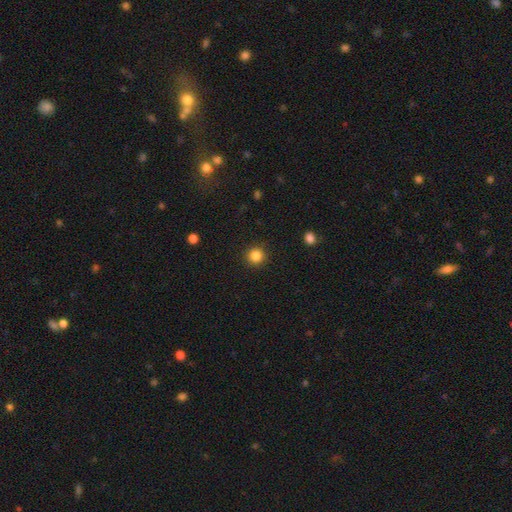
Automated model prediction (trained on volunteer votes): Smooth or featured?
  - smooth: 84% *
  - star or artifact: 11%
  - featured or disk: 4%
How rounded?
  - round: 95% *
  - in between: 4%
  - cigar-shaped: 1%
Merging?
  - none: 92% *
  - minor disturbance: 5%
  - major disturbance: 2%
  - merger: 1%